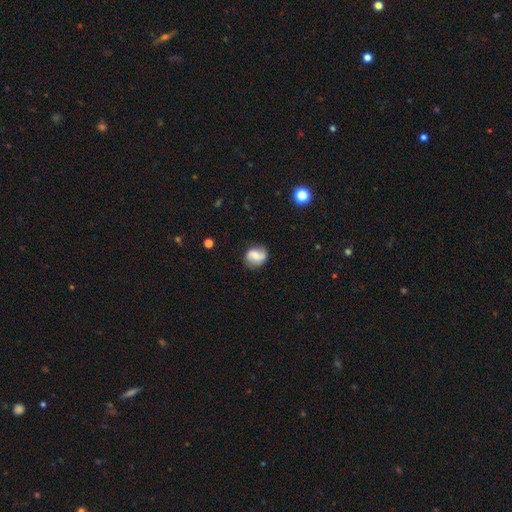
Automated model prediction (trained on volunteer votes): The model was most divided on "smooth or featured": smooth: 50%, featured or disk: 41%, star or artifact: 9%. More confident: merging — none (74%); how rounded — round (63%).